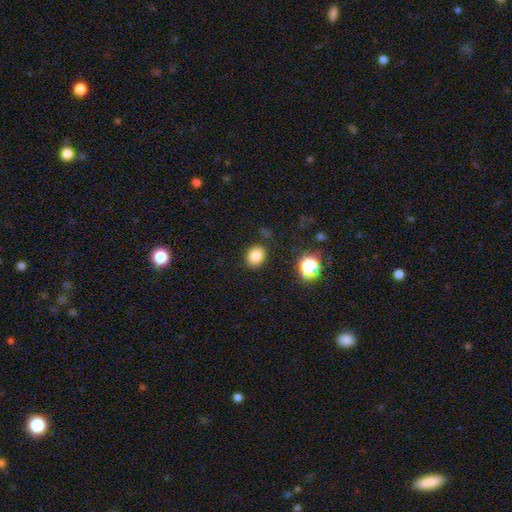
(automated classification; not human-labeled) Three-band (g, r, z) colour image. It shows a smooth galaxy with no disk features (82%) that is round (58%). Merging: none (85%).